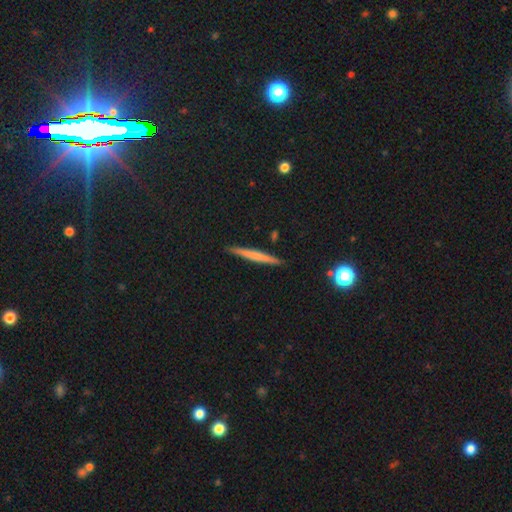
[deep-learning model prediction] Smooth or featured?
  - smooth: 53% *
  - featured or disk: 39%
  - star or artifact: 8%
How rounded?
  - cigar-shaped: 96% *
  - in between: 2%
  - round: 2%
Merging?
  - none: 91% *
  - minor disturbance: 7%
  - major disturbance: 1%
  - merger: 1%